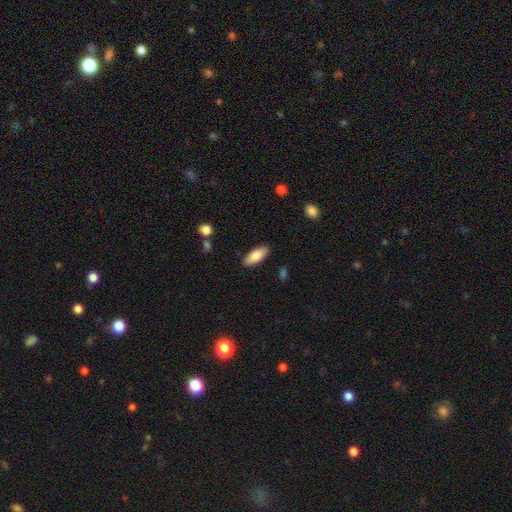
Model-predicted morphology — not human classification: Q: Smooth or featured?
A: smooth (82%); runner-up: featured or disk (12%)
Q: How rounded?
A: in between (77%); runner-up: cigar-shaped (21%)
Q: Merging?
A: none (86%); runner-up: minor disturbance (10%)